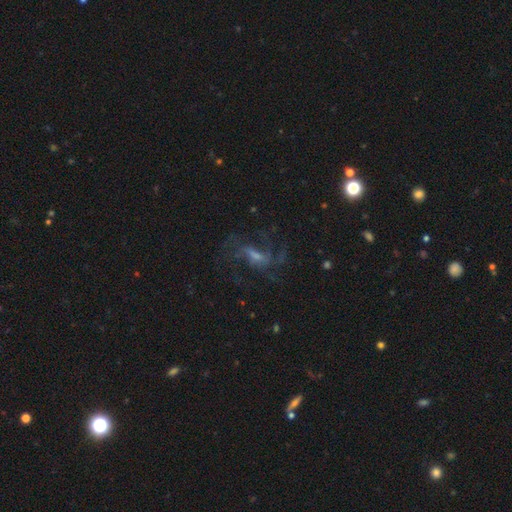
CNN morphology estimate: smooth-or-featured: featured or disk: 72% | star or artifact: 16% | smooth: 12%
  disk-edge-on: no: 93% | yes: 7%
    bar: weak: 49% | no: 29% | strong: 22%
    has-spiral-arms: yes: 89% | no: 11%
      spiral-winding: loose: 45% | medium: 41% | tight: 14%
      spiral-arm-count: can't tell: 27% | 2: 26% | 3: 21% | 4: 13% | 1: 7% | more than 4: 6%
    bulge-size: small: 40% | moderate: 34% | none: 18% | large: 7% | dominant: 2%
  merging: none: 60% | major disturbance: 24% | minor disturbance: 15% | merger: 2%